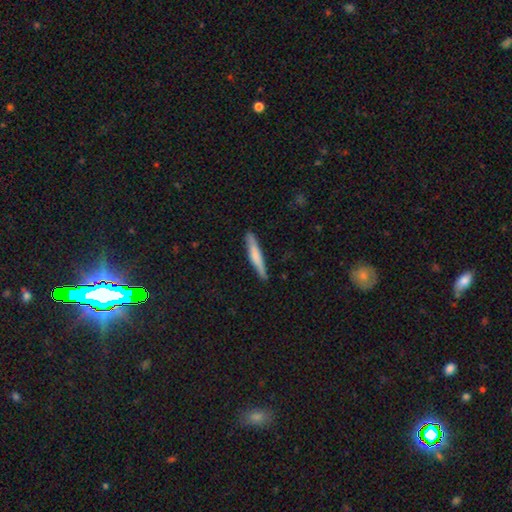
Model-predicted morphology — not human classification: This is likely a smooth galaxy (64%). How rounded: clearly cigar-shaped (94%). Merging: clearly none (86%).